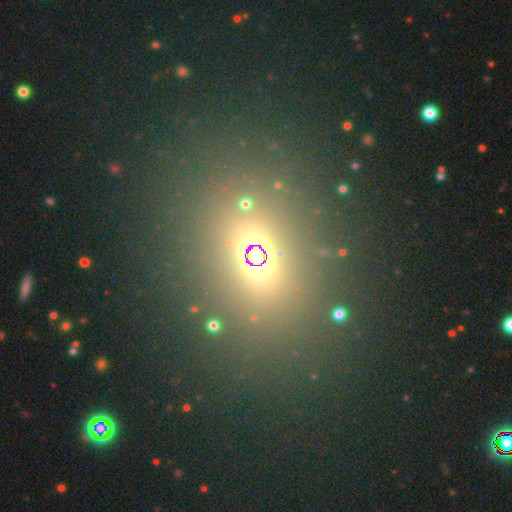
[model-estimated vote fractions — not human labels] The model was most divided on "smooth or featured": star or artifact: 48%, smooth: 40%, featured or disk: 11%.